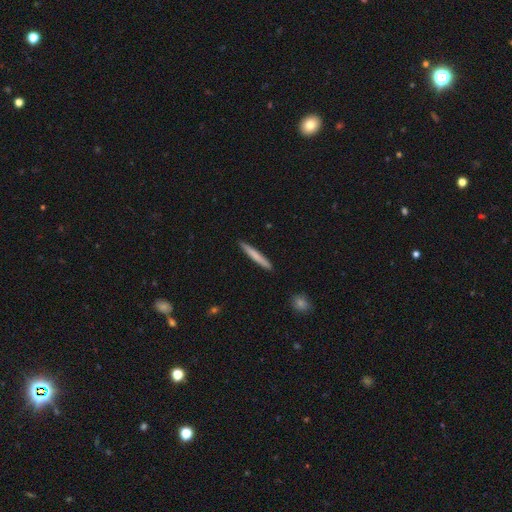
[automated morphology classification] A smooth galaxy with no disk features (71%) that is cigar-shaped (96%).

Vote fractions:
- Smooth or featured? smooth: 71% / featured or disk: 24% / star or artifact: 5%
- How rounded? cigar-shaped: 96% / in between: 2% / round: 1%
- Merging? none: 91% / minor disturbance: 6% / major disturbance: 1% / merger: 1%